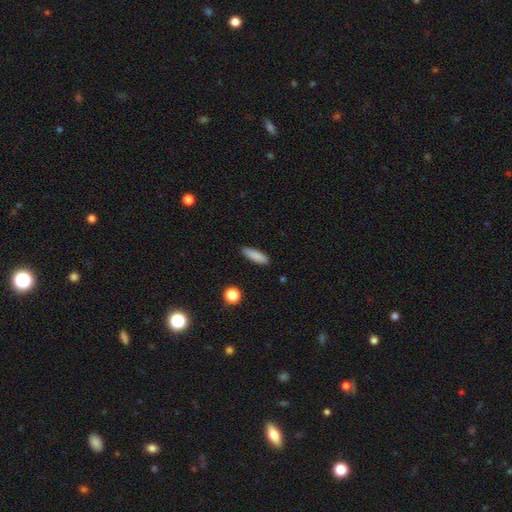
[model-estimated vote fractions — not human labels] This is clearly a smooth galaxy (86%). How rounded: likely cigar-shaped (61%). Merging: clearly none (88%).